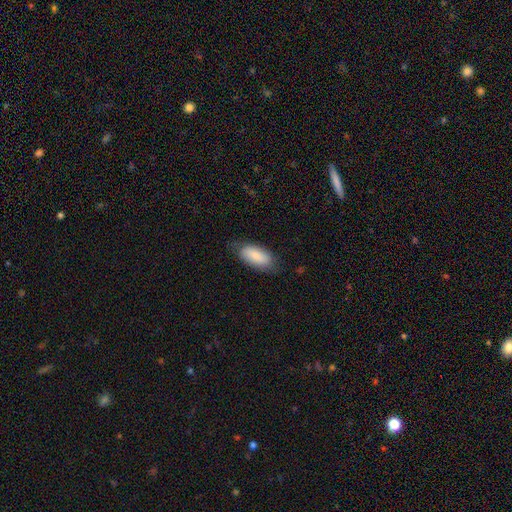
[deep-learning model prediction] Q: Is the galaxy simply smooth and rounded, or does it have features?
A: smooth — 83%.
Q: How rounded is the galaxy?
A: in between — 91%.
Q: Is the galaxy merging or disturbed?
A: none — 72%.